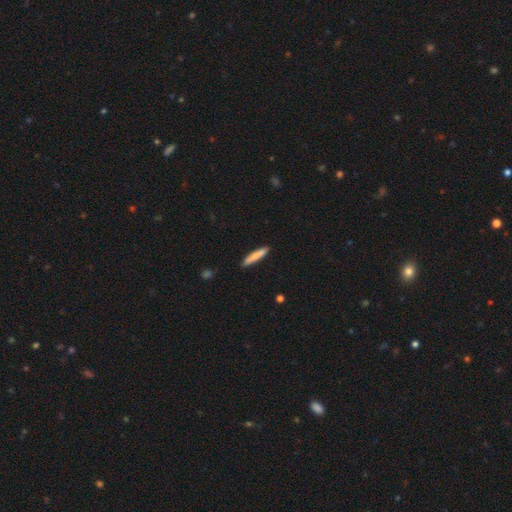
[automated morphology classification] smooth_or_featured: smooth (p=0.80) [alt: featured or disk p=0.15]
how_rounded: cigar-shaped (p=0.91) [alt: in between p=0.07]
merging: none (p=0.88) [alt: minor disturbance p=0.09]